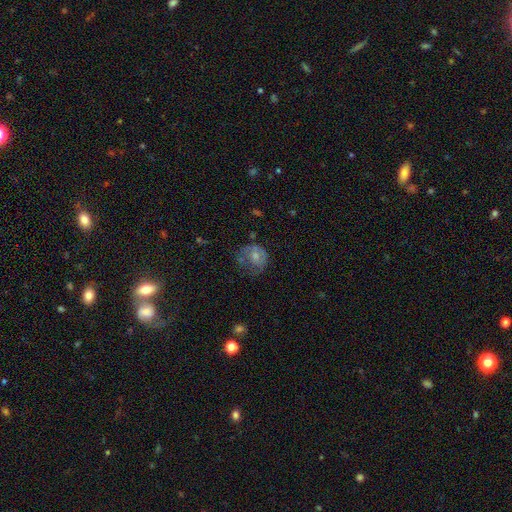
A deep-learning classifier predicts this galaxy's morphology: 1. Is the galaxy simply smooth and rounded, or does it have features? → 58% smooth, 33% featured or disk, 9% star or artifact.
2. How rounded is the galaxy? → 64% round, 35% in between, 1% cigar-shaped.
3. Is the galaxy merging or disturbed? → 35% none, 32% major disturbance, 29% minor disturbance, 4% merger.